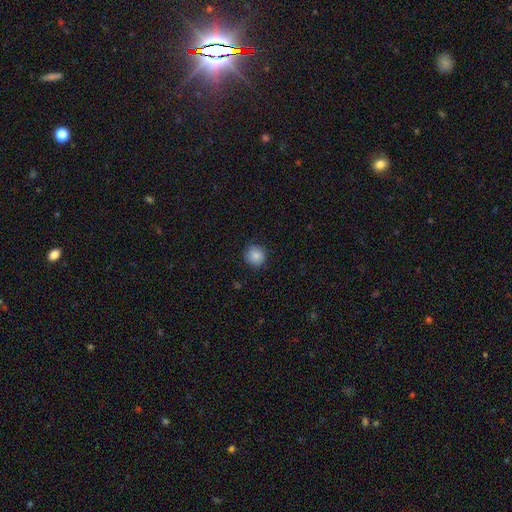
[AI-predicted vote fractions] A smooth galaxy with no disk features (87%) that is round (92%). Merging: none (88%).